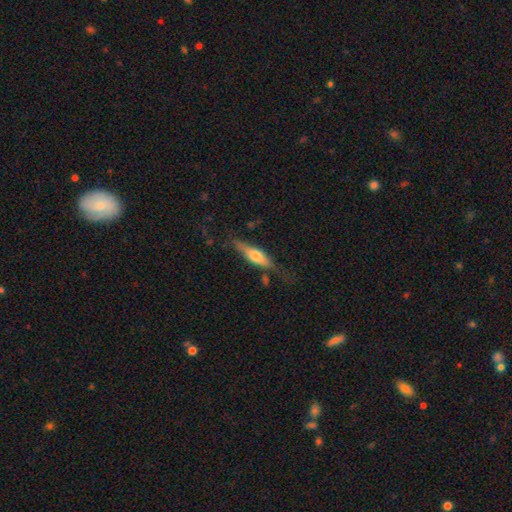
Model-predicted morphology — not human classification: Smooth or featured: smooth — 48% (featured or disk — 46%)
Merging: none — 59% (minor disturbance — 25%)